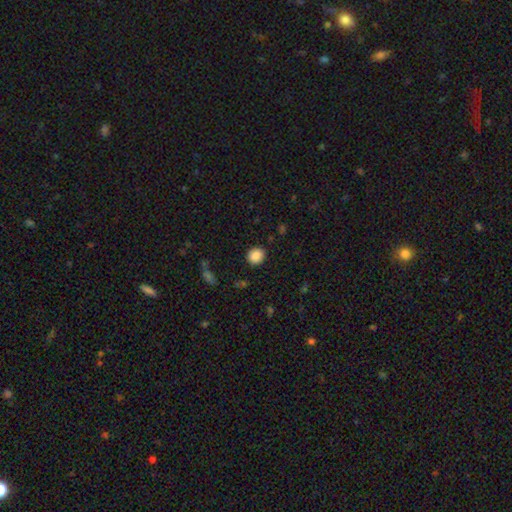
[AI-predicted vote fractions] This is clearly a smooth galaxy (87%). How rounded: clearly round (81%). Merging: clearly none (90%).